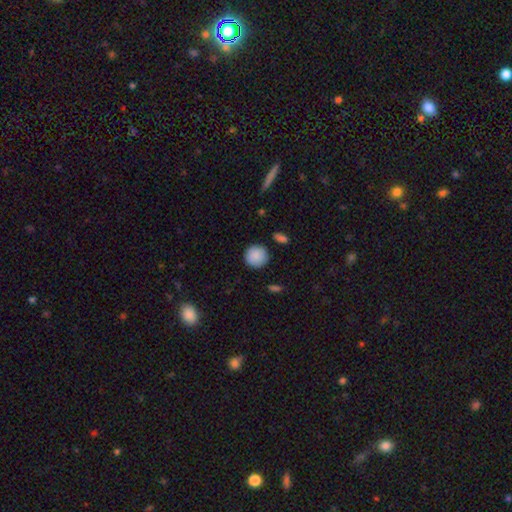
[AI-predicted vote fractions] smooth_or_featured: smooth (p=0.89) [alt: star or artifact p=0.07]
how_rounded: round (p=0.94) [alt: in between p=0.05]
merging: none (p=0.88) [alt: minor disturbance p=0.08]